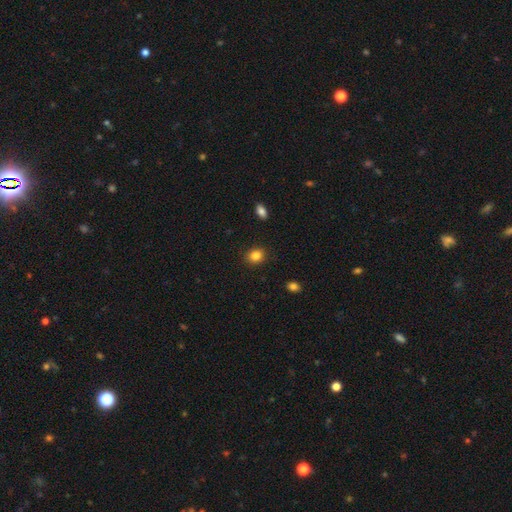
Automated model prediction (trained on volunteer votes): smooth-or-featured: smooth: 85% | star or artifact: 10% | featured or disk: 5%
  how-rounded: round: 67% | in between: 33% | cigar-shaped: 1%
  merging: none: 90% | minor disturbance: 7% | major disturbance: 2% | merger: 1%